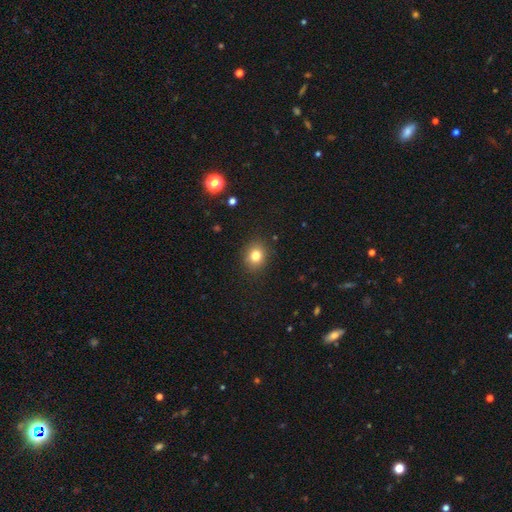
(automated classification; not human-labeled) Smooth or featured? Predicted: smooth (p=0.81). How rounded? Predicted: round (p=0.66). Merging? Predicted: none (p=0.88).